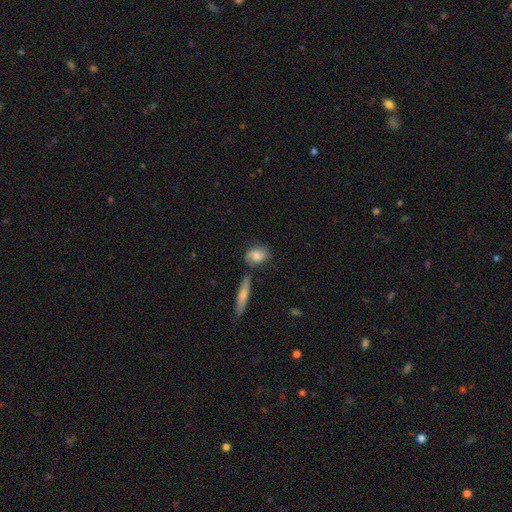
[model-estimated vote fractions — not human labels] This is likely a smooth galaxy (66%). How rounded: possibly in between (58%). Merging: likely none (63%).